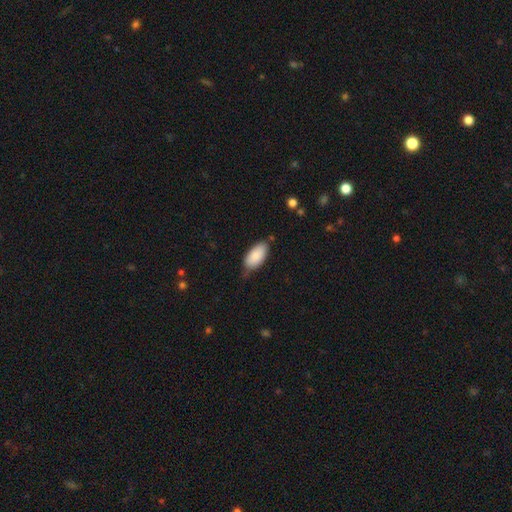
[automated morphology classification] Overall: smooth (86%). How rounded: in between (93%). Merging: none (63%; minor disturbance 29%).